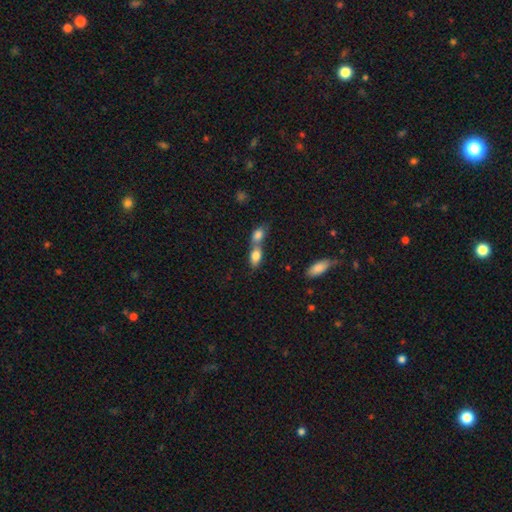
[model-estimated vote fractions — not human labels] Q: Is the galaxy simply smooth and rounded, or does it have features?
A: smooth — 81%.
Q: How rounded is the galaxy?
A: in between — 84%.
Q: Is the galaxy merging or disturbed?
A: merger — 64%.